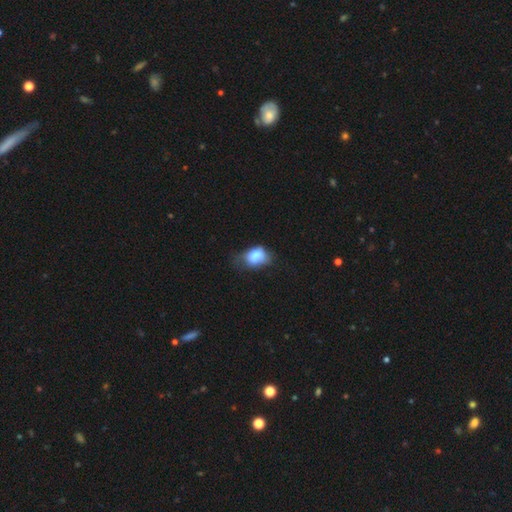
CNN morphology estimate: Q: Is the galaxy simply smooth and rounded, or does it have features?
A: smooth — 75%.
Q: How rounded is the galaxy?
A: in between — 75%.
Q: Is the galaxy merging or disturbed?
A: minor disturbance — 40%.